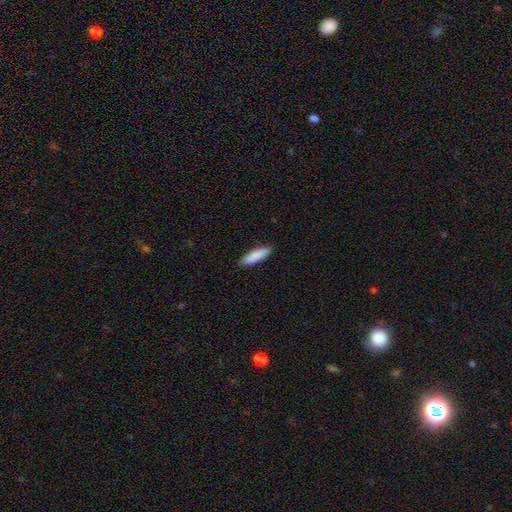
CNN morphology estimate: Smooth or featured? smooth (88%)
How rounded? cigar-shaped (63%)
Merging? none (89%)